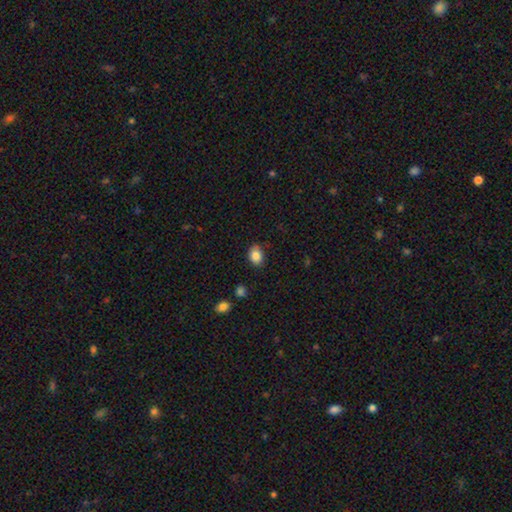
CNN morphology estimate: Overall: smooth (86%). How rounded: in between (75%). Merging: none (80%).